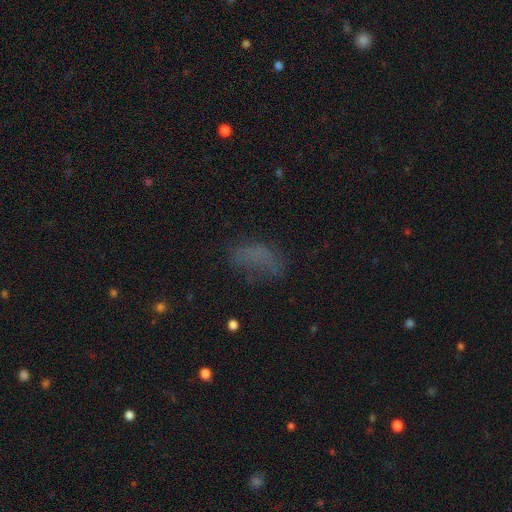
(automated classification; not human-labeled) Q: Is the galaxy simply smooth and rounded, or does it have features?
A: smooth — 58%.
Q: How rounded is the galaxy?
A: in between — 86%.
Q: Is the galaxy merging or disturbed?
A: none — 49%.